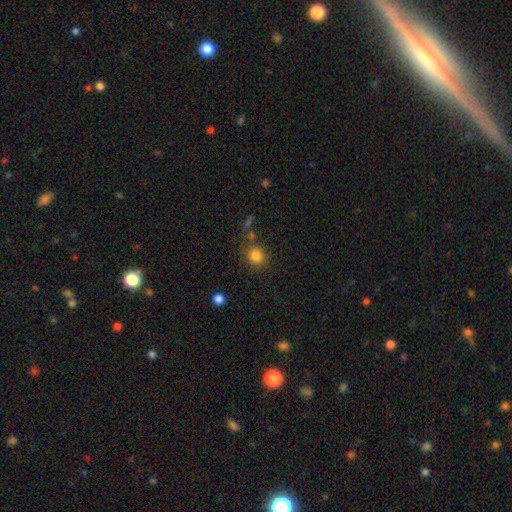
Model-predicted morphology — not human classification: smooth-or-featured: smooth: 83% | star or artifact: 11% | featured or disk: 6%
  how-rounded: round: 86% | in between: 13% | cigar-shaped: 1%
  merging: none: 76% | minor disturbance: 12% | merger: 8% | major disturbance: 5%